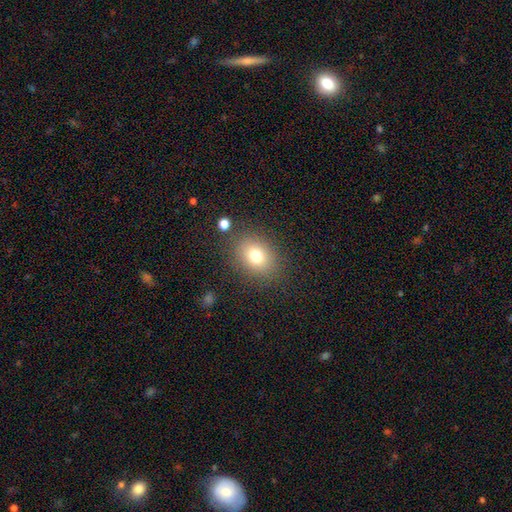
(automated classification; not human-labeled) smooth 76%, star or artifact 13%, featured or disk 11%. Down the decision tree: how rounded — in between (54%); merging — none (83%).